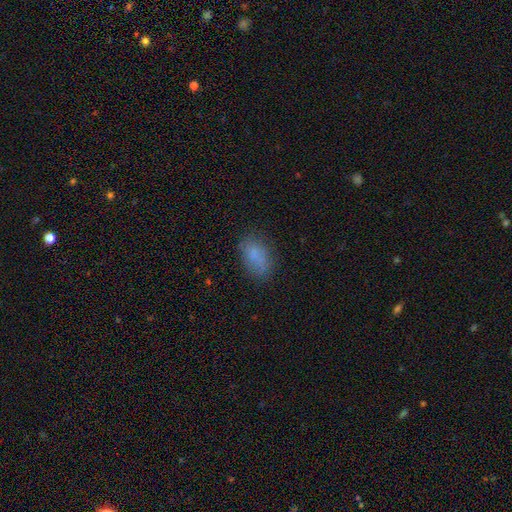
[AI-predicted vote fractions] Smooth or featured? smooth (78%)
How rounded? in between (90%)
Merging? none (71%)